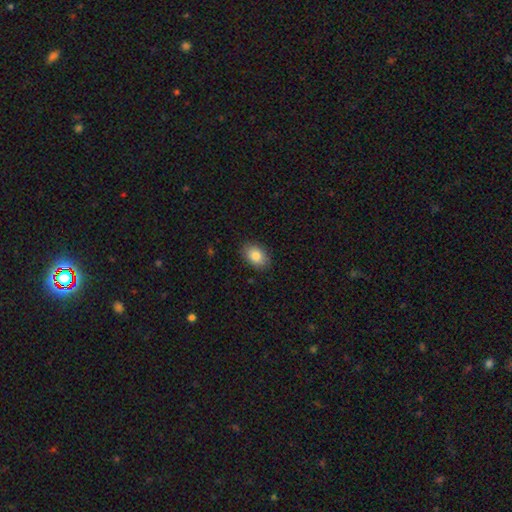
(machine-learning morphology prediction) Smooth or featured: smooth — 85% (star or artifact — 8%)
How rounded: in between — 85% (round — 14%)
Merging: none — 87% (minor disturbance — 10%)